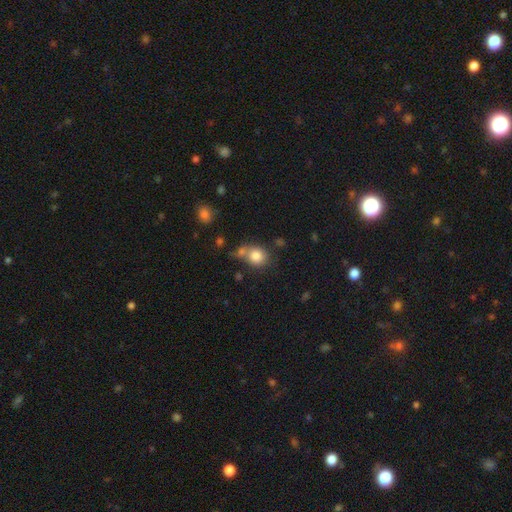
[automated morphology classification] Smooth or featured? smooth (82%)
How rounded? round (75%)
Merging? none (53%)